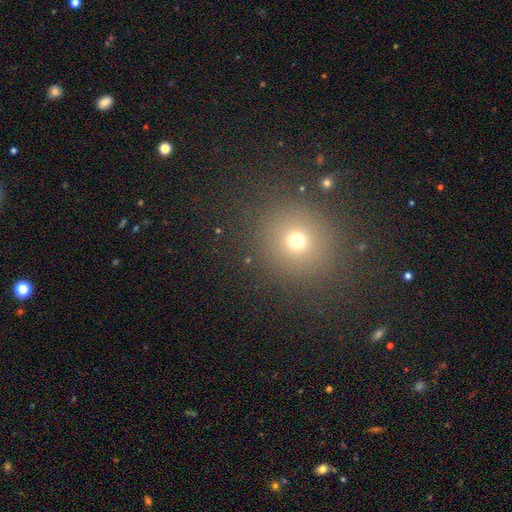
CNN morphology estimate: This appears to be a smooth galaxy with no disk features (63%) that is round (87%). Merging: none (89%).